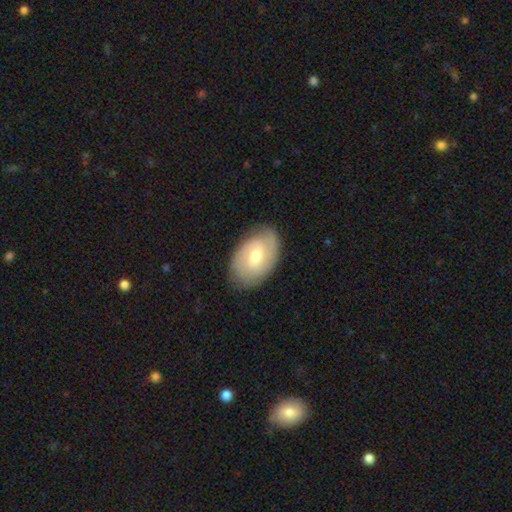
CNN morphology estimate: Smooth or featured: featured or disk — 61% (smooth — 33%)
Edge-on disk: no — 95% (yes — 5%)
Bar: weak — 55% (no — 33%)
Spiral arms: yes — 82% (no — 18%)
Bulge size: moderate — 58% (small — 37%)
Merging: none — 80% (minor disturbance — 15%)